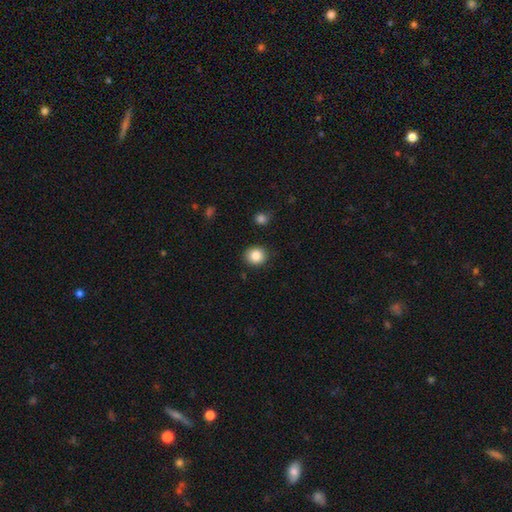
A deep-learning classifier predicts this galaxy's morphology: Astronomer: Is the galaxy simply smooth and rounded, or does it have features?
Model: smooth — 86%.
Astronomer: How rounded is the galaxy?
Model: round — 75%.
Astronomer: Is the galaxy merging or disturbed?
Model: none — 88%.